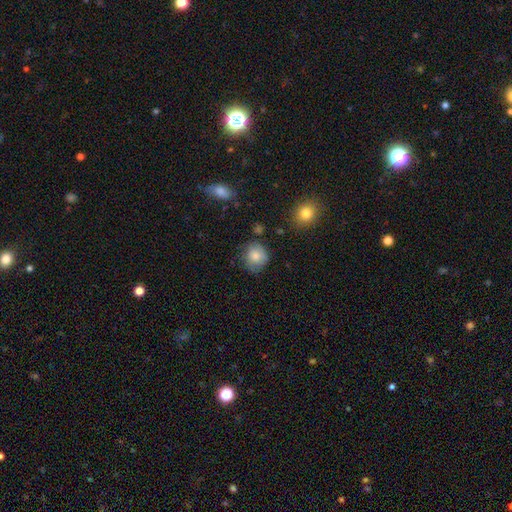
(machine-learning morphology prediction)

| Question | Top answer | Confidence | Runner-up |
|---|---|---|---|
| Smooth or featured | smooth | 78% | featured or disk (13%) |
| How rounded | round | 79% | in between (20%) |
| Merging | none | 66% | minor disturbance (25%) |